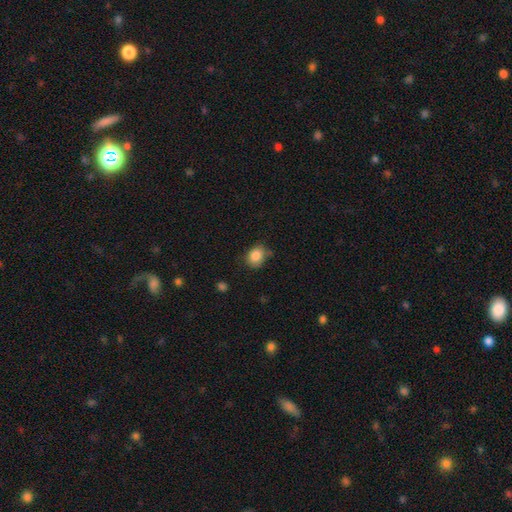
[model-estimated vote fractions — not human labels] The model was most divided on "how rounded": round: 60%, in between: 39%, cigar-shaped: 1%. More confident: smooth or featured — smooth (85%); merging — none (71%).